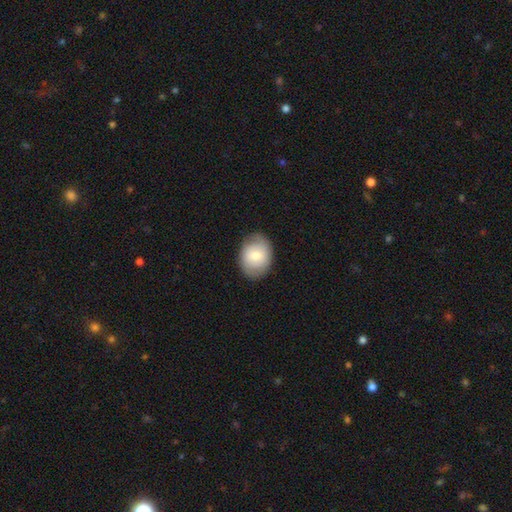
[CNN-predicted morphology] Overall: smooth (65%; featured or disk 28%). How rounded: in between (58%; round 41%). Merging: none (81%).